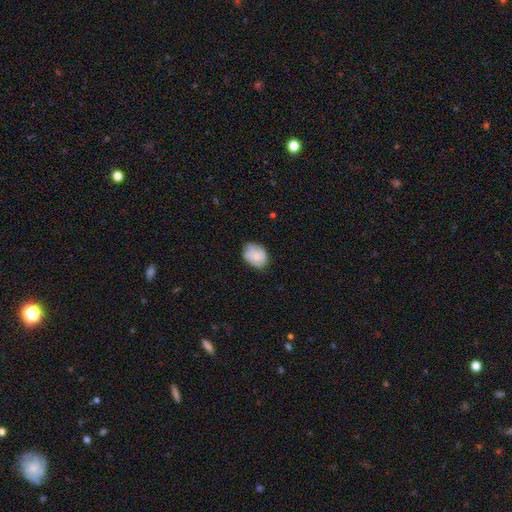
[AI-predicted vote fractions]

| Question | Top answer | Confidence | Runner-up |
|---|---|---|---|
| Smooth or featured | smooth | 73% | featured or disk (20%) |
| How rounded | in between | 71% | round (28%) |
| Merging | none | 64% | minor disturbance (28%) |